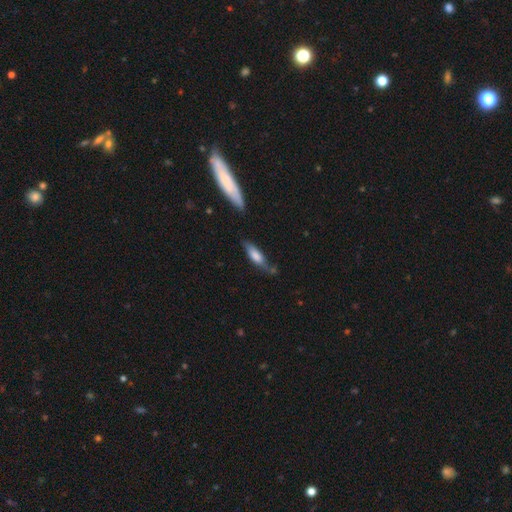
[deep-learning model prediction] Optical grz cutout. It shows a smooth galaxy with no disk features (64%) that is cigar-shaped (52%). Merging: none (55%).